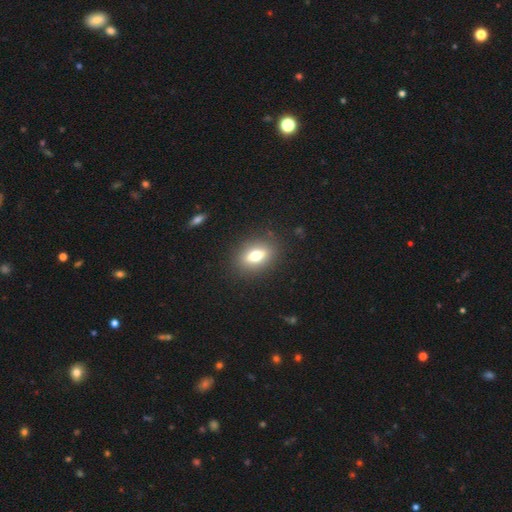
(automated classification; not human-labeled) A smooth galaxy with no disk features (58%) that is in between round and cigar-shaped (69%). Merging: none (87%).